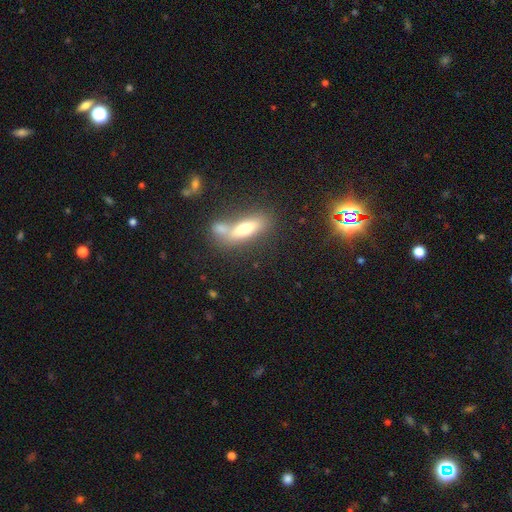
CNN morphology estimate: This appears to be a smooth galaxy with no disk features (41%). Merging: none (57%).